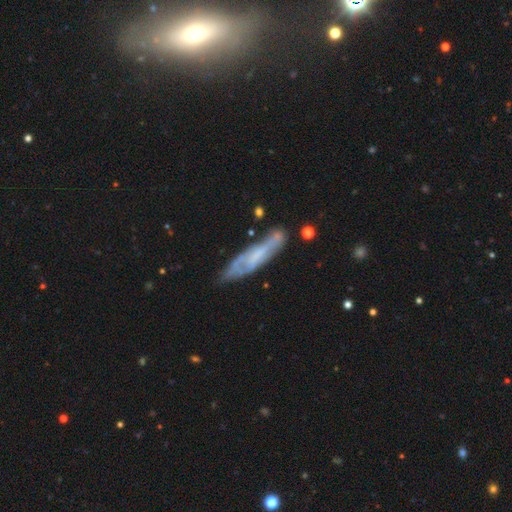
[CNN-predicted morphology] type=featured or disk (60%); edge-on=no (53%); merging=none (69%).